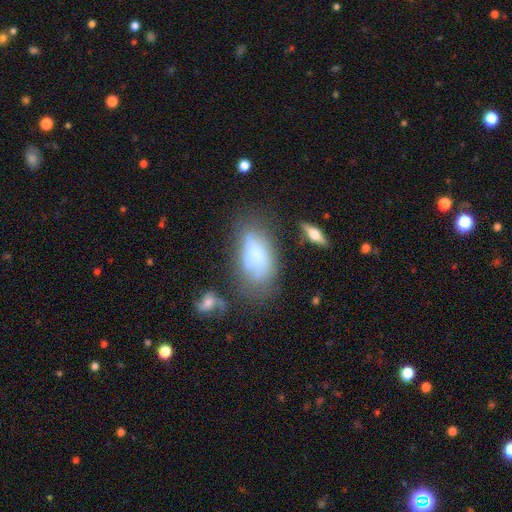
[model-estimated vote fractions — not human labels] smooth 56%, featured or disk 33%, star or artifact 10%. Down the decision tree: how rounded — in between (90%); merging — none (40%).